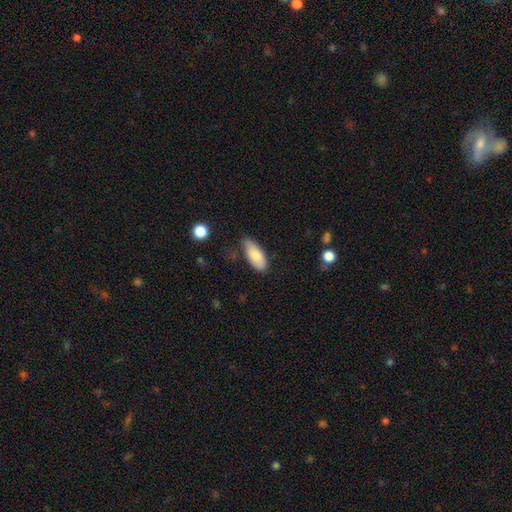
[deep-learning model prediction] smooth-or-featured: smooth: 81% | featured or disk: 13% | star or artifact: 6%
  how-rounded: in between: 85% | cigar-shaped: 13% | round: 2%
  merging: none: 63% | minor disturbance: 29% | major disturbance: 5% | merger: 2%